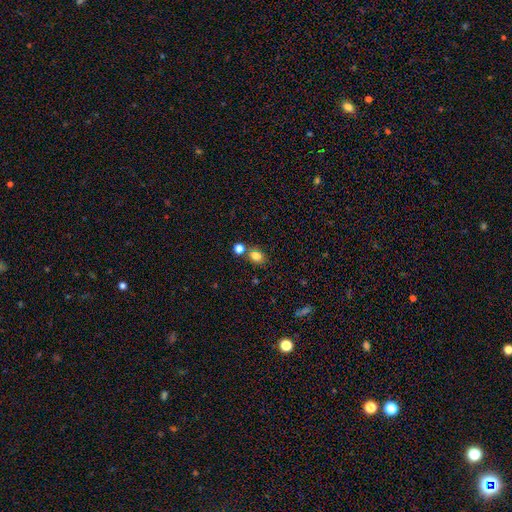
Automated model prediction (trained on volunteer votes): The model was most divided on "how rounded": round: 51%, in between: 48%, cigar-shaped: 1%. More confident: smooth or featured — smooth (78%); merging — none (66%).